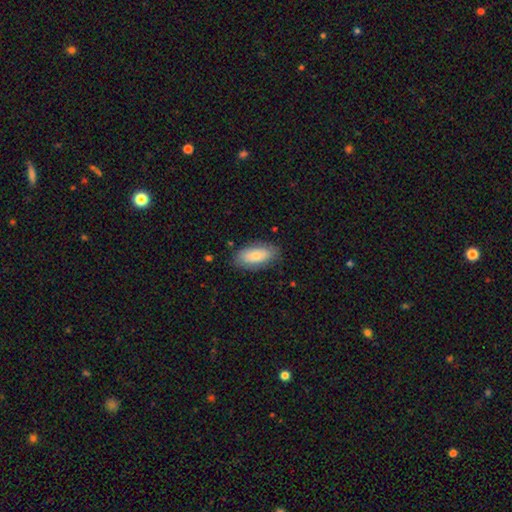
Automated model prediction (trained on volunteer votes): Morphology: type=smooth (78%); roundness=in between (90%); merging=none (80%).